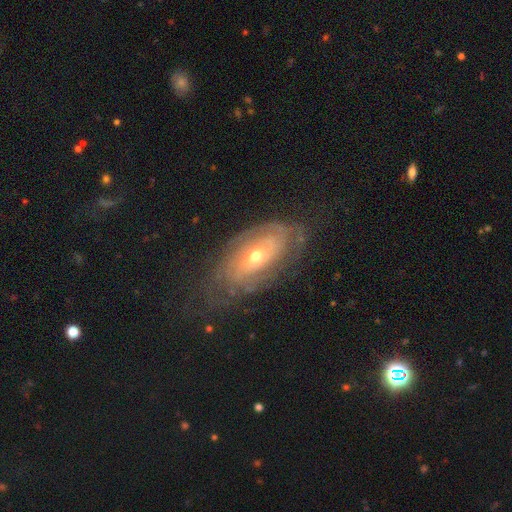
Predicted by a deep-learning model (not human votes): The model was most divided on "bulge size": moderate: 60%, small: 35%, large: 3%, dominant: 1%, none: 1%. More confident: edge-on disk — no (91%); spiral arms — yes (83%); smooth or featured — featured or disk (77%); spiral winding — tight (69%); bar — no (69%); merging — none (69%); spiral arm count — can't tell (52%).